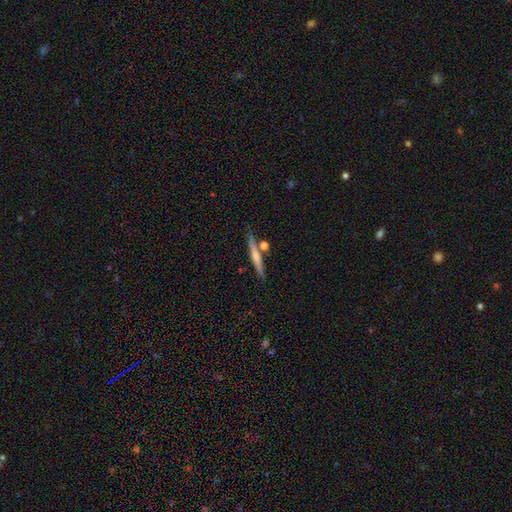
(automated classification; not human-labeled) Smooth or featured? Predicted: featured or disk (p=0.63). Edge-on disk? Predicted: yes (p=0.97). Edge-on bulge? Predicted: rounded (p=0.74). Merging? Predicted: none (p=0.82).